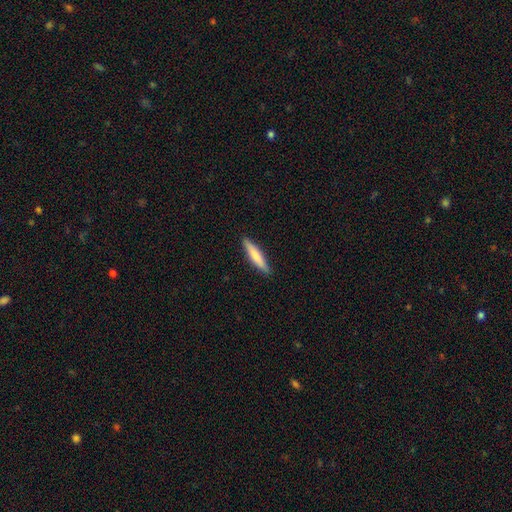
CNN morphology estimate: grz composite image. It shows a smooth galaxy with no disk features (71%) that is cigar-shaped (87%). Merging: none (90%).